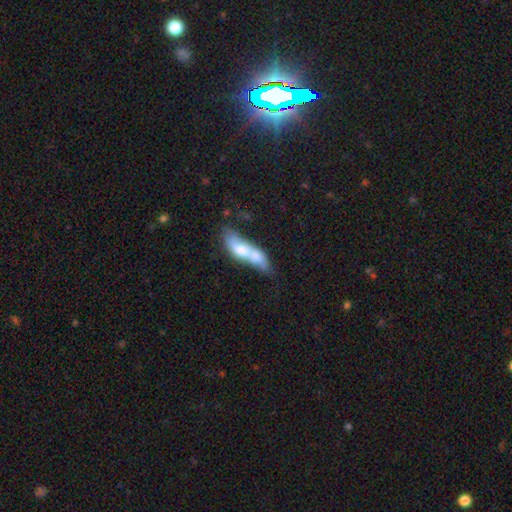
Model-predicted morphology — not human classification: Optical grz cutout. It shows a smooth galaxy with no disk features (57%) that is in between round and cigar-shaped (56%). Merging: merger (55%).